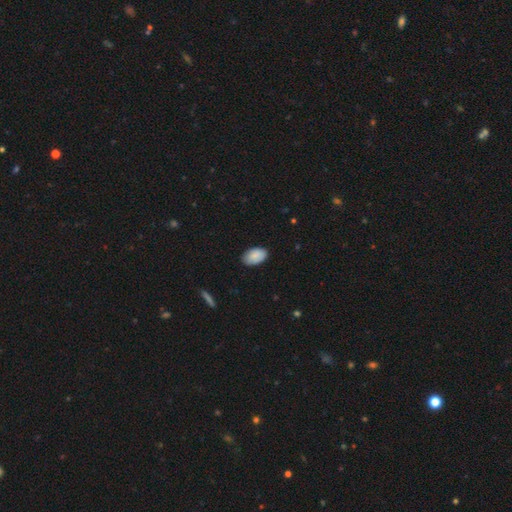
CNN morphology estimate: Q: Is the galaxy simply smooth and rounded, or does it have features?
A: smooth — 88%.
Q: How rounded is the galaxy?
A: in between — 93%.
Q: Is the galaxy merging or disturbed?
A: none — 83%.